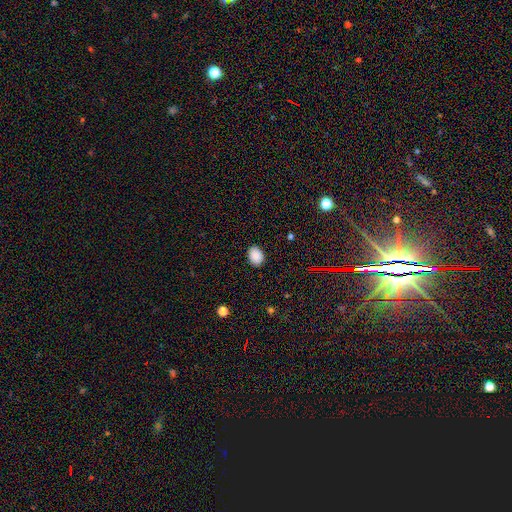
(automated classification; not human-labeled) A smooth galaxy with no disk features (88%) that is in between round and cigar-shaped (74%). Merging: none (88%).